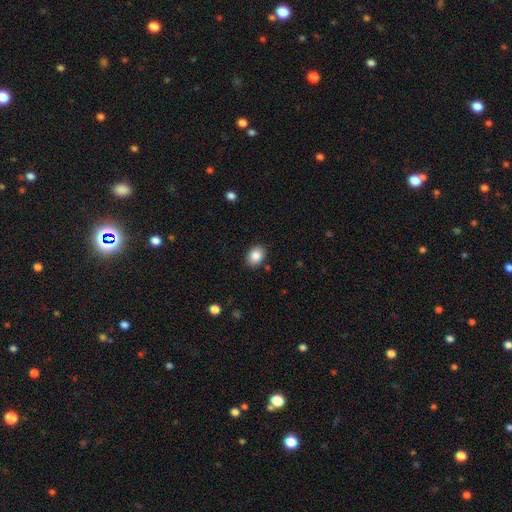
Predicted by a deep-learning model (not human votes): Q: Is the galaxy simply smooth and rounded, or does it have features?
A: smooth — 87%.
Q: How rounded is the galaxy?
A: in between — 67%.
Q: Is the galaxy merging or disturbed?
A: none — 87%.